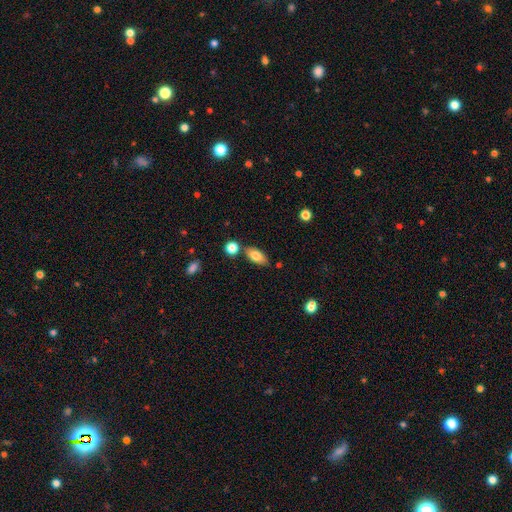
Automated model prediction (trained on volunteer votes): Smooth or featured?
  - smooth: 79% *
  - featured or disk: 14%
  - star or artifact: 8%
How rounded?
  - in between: 88% *
  - cigar-shaped: 8%
  - round: 4%
Merging?
  - none: 74% *
  - minor disturbance: 13%
  - merger: 10%
  - major disturbance: 3%